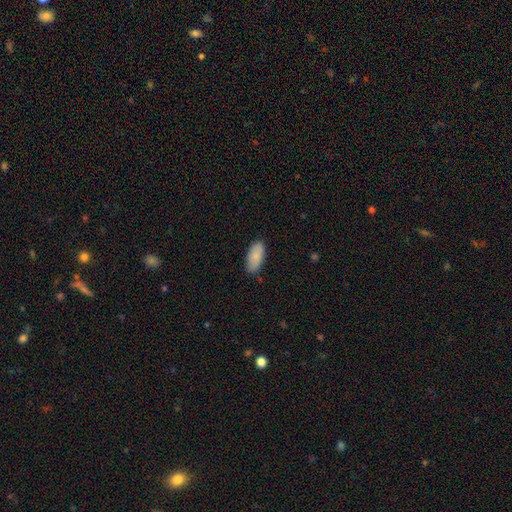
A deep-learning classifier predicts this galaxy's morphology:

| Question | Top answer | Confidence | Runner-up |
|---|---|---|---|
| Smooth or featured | smooth | 87% | featured or disk (7%) |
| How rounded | in between | 91% | cigar-shaped (7%) |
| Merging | none | 84% | minor disturbance (13%) |